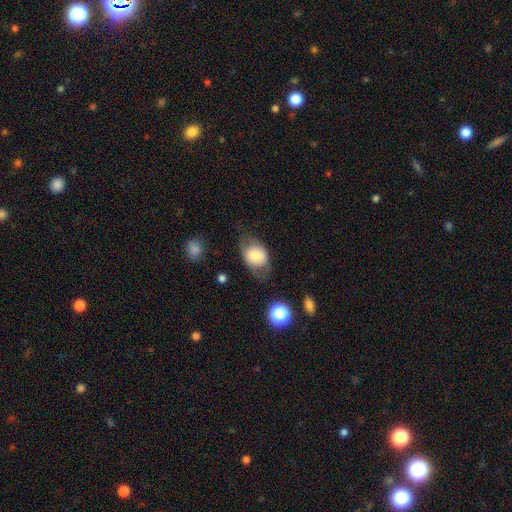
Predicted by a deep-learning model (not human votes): A smooth galaxy with no disk features (72%) that is in between round and cigar-shaped (68%).

Vote fractions:
- Smooth or featured? smooth: 72% / featured or disk: 20% / star or artifact: 8%
- How rounded? in between: 68% / round: 31% / cigar-shaped: 1%
- Merging? none: 61% / minor disturbance: 24% / major disturbance: 13% / merger: 2%